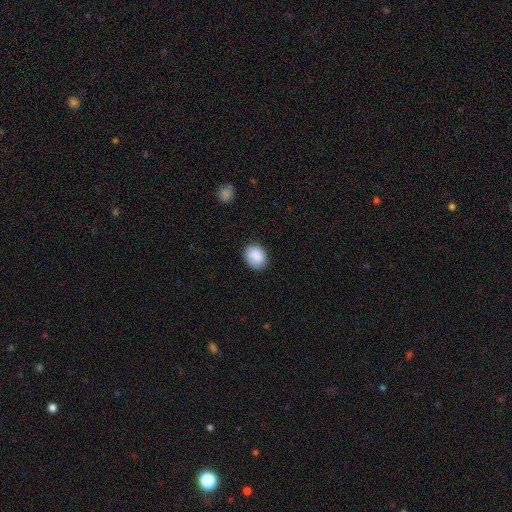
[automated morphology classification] Smooth or featured? smooth (89%)
How rounded? round (56%)
Merging? none (85%)